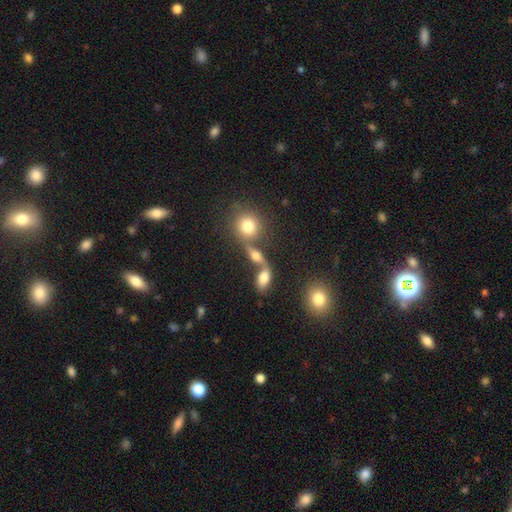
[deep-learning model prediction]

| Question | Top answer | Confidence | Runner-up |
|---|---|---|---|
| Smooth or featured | smooth | 57% | featured or disk (28%) |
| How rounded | in between | 52% | round (36%) |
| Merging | merger | 44% | none (38%) |